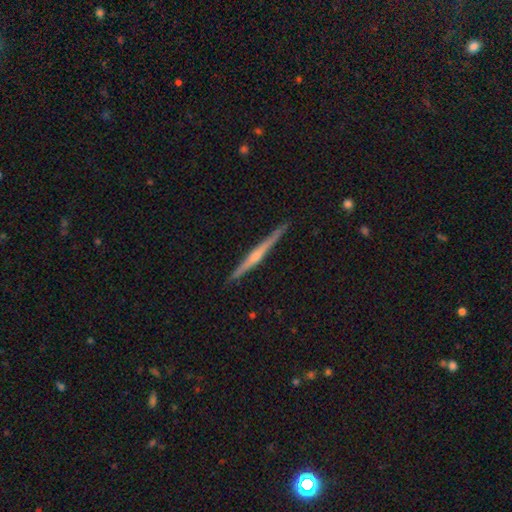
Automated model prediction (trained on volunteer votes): smooth-or-featured: featured or disk: 78% | smooth: 16% | star or artifact: 7%
  disk-edge-on: yes: 98% | no: 2%
    edge-on-bulge: rounded: 77% | none: 17% | boxy: 6%
  merging: none: 90% | minor disturbance: 7% | major disturbance: 1% | merger: 1%